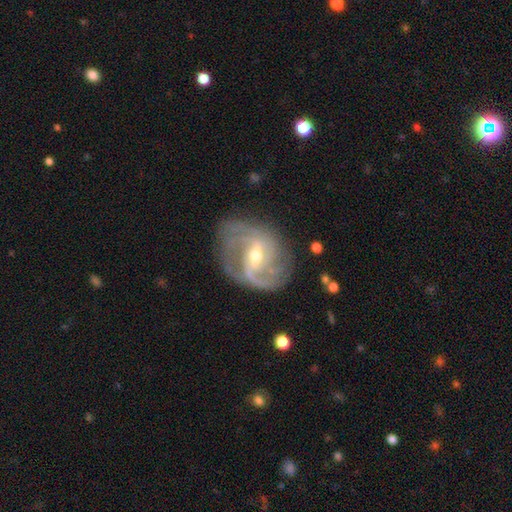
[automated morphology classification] Smooth or featured: featured or disk — 87% (smooth — 7%)
Edge-on disk: no — 97% (yes — 3%)
Bar: weak — 50% (strong — 31%)
Spiral arms: yes — 95% (no — 5%)
Spiral winding: medium — 46% (tight — 29%)
Spiral arm count: 2 — 54% (can't tell — 17%)
Bulge size: moderate — 51% (small — 45%)
Merging: none — 71% (minor disturbance — 18%)